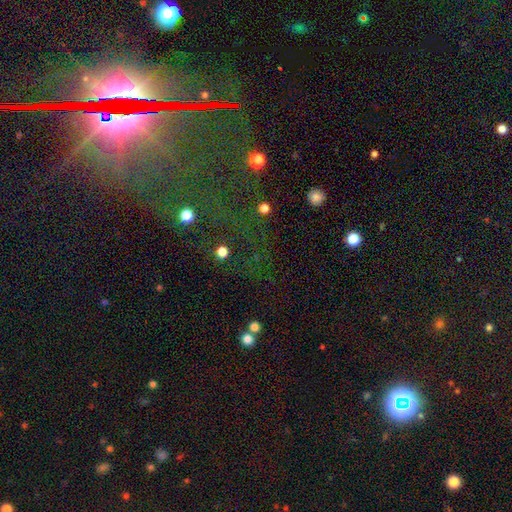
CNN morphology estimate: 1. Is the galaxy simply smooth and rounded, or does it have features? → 80% star or artifact, 11% featured or disk, 9% smooth.